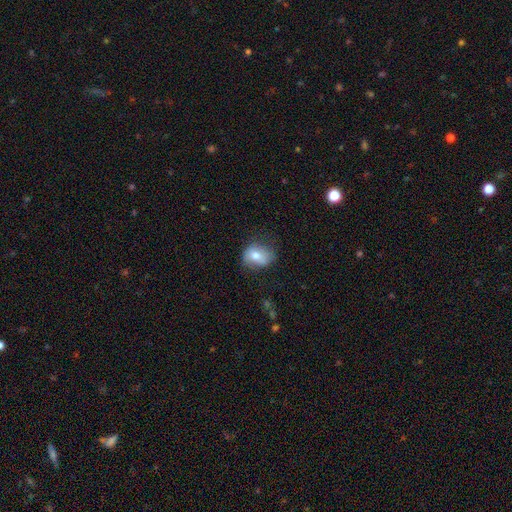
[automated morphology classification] Overall: smooth (72%). How rounded: in between (58%; round 41%). Merging: none (58%; minor disturbance 30%).